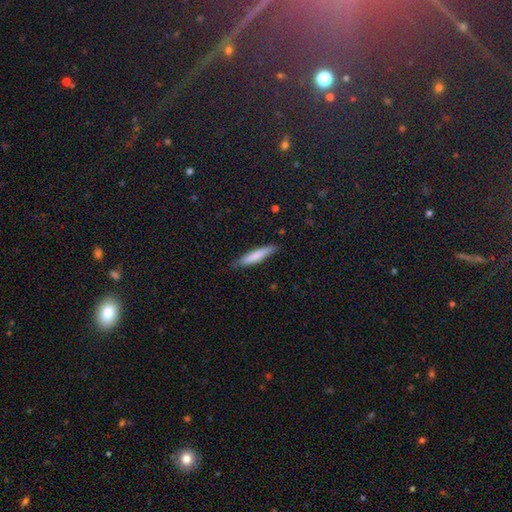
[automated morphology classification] A smooth galaxy with no disk features (78%) that is cigar-shaped (86%). Merging: none (81%).